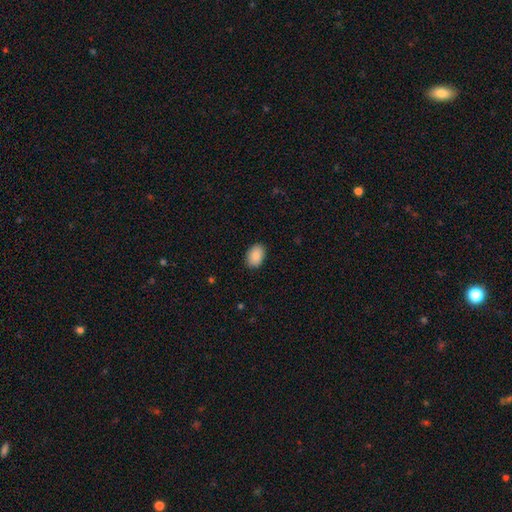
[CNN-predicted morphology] The model was most divided on "how rounded": in between: 83%, round: 16%, cigar-shaped: 1%. More confident: smooth or featured — smooth (88%); merging — none (88%).